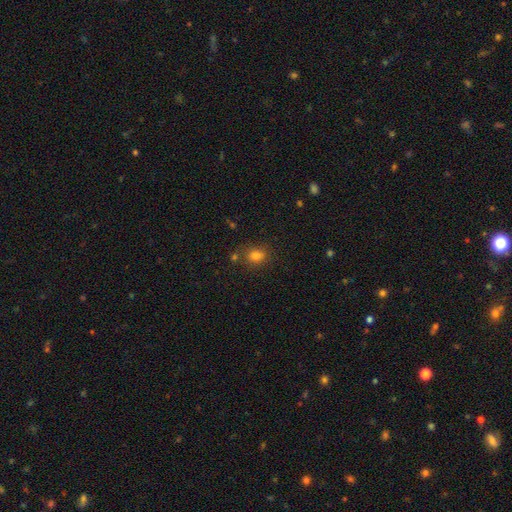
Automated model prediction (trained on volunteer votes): smooth 79%, star or artifact 14%, featured or disk 8%. Down the decision tree: how rounded — in between (56%); merging — none (72%).